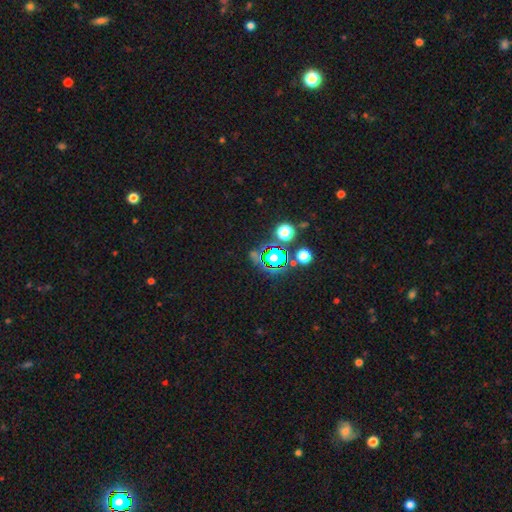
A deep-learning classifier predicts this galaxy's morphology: Smooth or featured? star or artifact (72%)